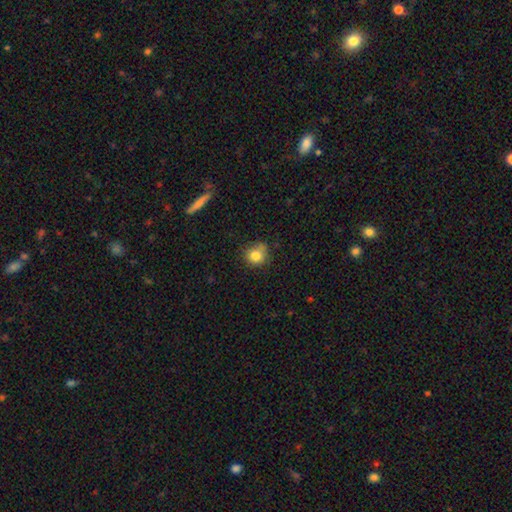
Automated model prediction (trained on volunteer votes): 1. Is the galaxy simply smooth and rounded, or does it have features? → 82% smooth, 10% star or artifact, 8% featured or disk.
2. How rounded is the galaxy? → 82% round, 17% in between, 1% cigar-shaped.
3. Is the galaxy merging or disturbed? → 66% none, 25% minor disturbance, 6% major disturbance, 3% merger.